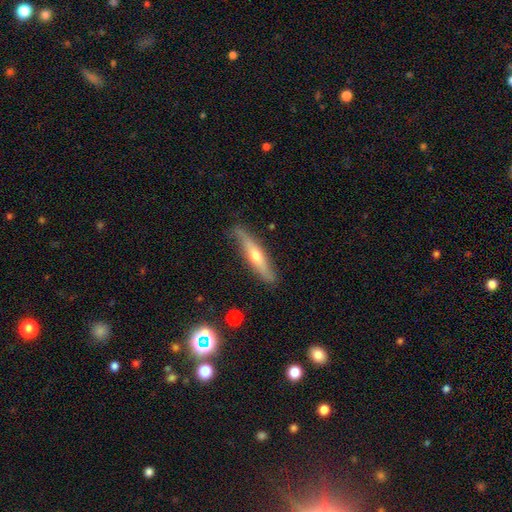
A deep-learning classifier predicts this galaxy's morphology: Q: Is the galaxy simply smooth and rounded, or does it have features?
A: featured or disk — 59%.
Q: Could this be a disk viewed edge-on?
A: yes — 87%.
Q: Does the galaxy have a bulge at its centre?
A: rounded — 86%.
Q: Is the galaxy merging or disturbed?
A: none — 82%.